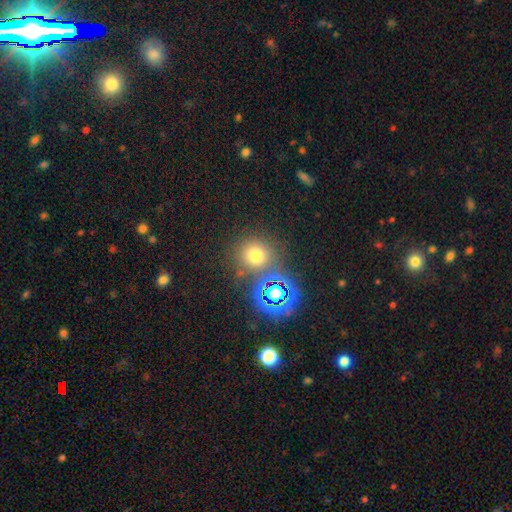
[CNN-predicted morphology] This appears to be a smooth galaxy with no disk features (65%) that is round (87%). Merging: none (76%).